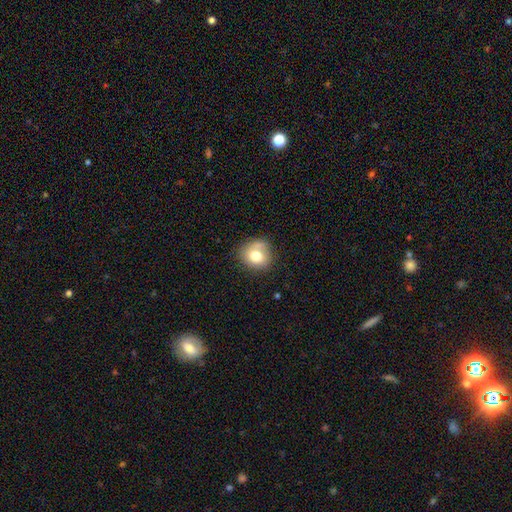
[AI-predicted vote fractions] The model was most divided on "merging": none: 61%, minor disturbance: 21%, merger: 11%, major disturbance: 7%. More confident: smooth or featured — smooth (76%); how rounded — round (74%).